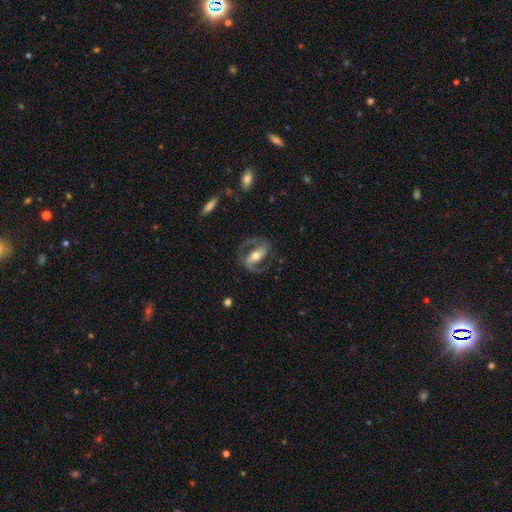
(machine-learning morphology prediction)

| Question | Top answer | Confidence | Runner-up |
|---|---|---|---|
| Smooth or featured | featured or disk | 89% | smooth (6%) |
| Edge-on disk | no | 95% | yes (5%) |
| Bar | strong | 53% | weak (28%) |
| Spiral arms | yes | 96% | no (4%) |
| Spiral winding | medium | 55% | loose (28%) |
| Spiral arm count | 2 | 91% | 1 (3%) |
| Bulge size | moderate | 69% | small (22%) |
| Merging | none | 74% | minor disturbance (14%) |